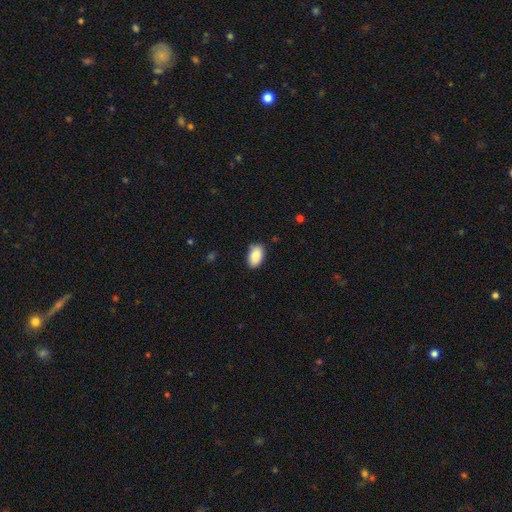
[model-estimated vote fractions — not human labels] Morphology: type=smooth (89%); roundness=in between (92%); merging=none (84%).